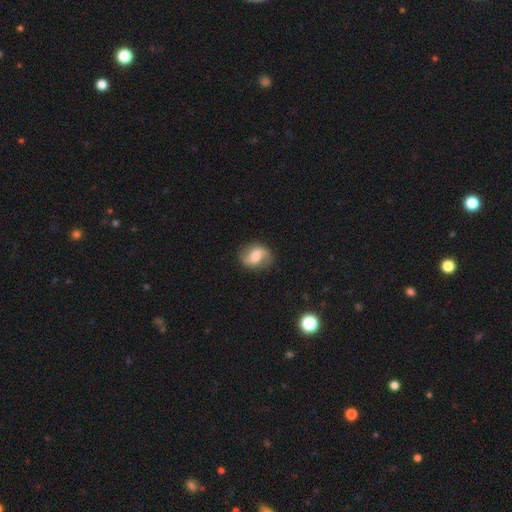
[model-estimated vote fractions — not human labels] smooth-or-featured: featured or disk: 67% | smooth: 25% | star or artifact: 7%
  disk-edge-on: no: 97% | yes: 3%
    bar: weak: 46% | no: 33% | strong: 21%
    has-spiral-arms: yes: 92% | no: 8%
      spiral-winding: loose: 52% | medium: 36% | tight: 12%
      spiral-arm-count: 2: 90% | can't tell: 4% | 1: 3% | 3: 1% | 4: 1% | more than 4: 1%
    bulge-size: moderate: 41% | large: 24% | small: 21% | none: 11% | dominant: 4%
  merging: none: 81% | minor disturbance: 13% | major disturbance: 5% | merger: 1%